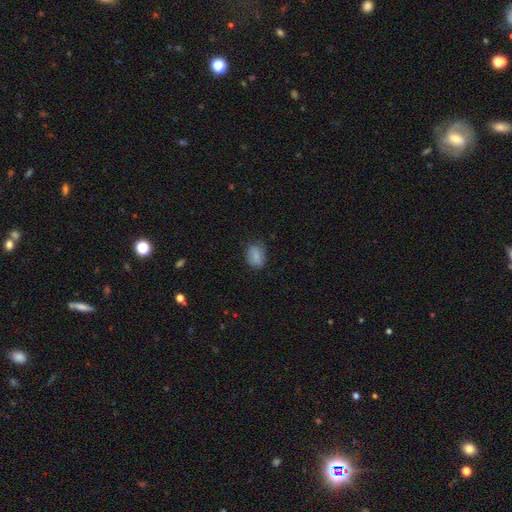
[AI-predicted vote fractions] Smooth or featured?
  - smooth: 79% *
  - featured or disk: 13%
  - star or artifact: 8%
How rounded?
  - in between: 73% *
  - round: 25%
  - cigar-shaped: 2%
Merging?
  - none: 73% *
  - minor disturbance: 20%
  - major disturbance: 5%
  - merger: 1%